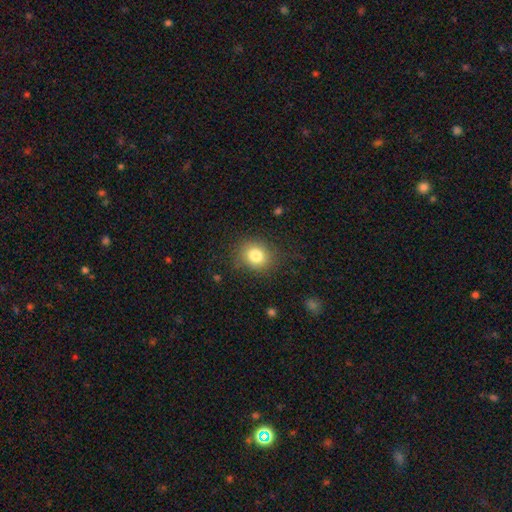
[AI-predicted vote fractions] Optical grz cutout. It shows a smooth galaxy with no disk features (81%) that is round (70%). Merging: none (80%).